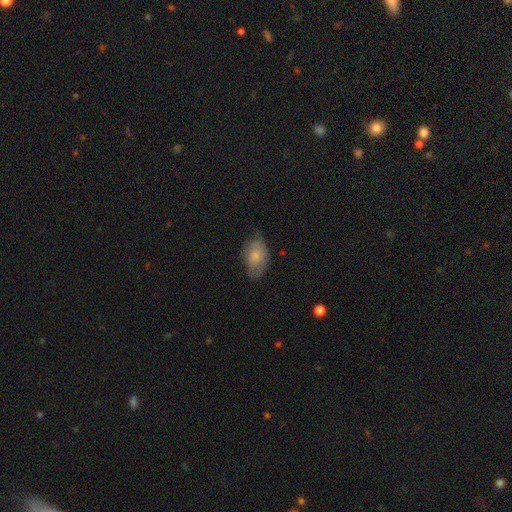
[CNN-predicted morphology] Smooth or featured? smooth (68%)
How rounded? in between (89%)
Merging? none (54%)